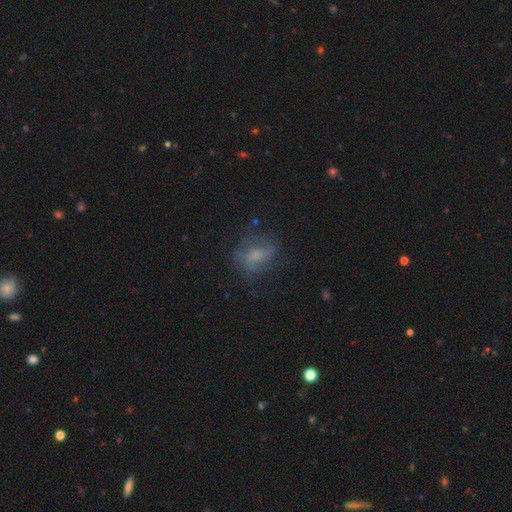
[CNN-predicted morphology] Q: Smooth or featured?
A: smooth (49%); runner-up: featured or disk (36%)
Q: Merging?
A: none (57%); runner-up: minor disturbance (23%)